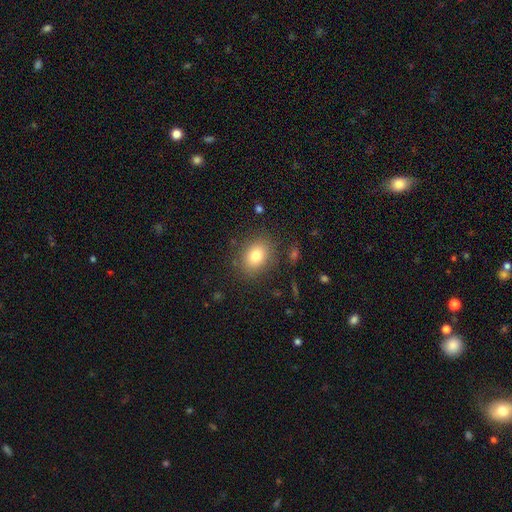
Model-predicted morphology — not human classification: smooth_or_featured: smooth (p=0.80) [alt: star or artifact p=0.10]
how_rounded: in between (p=0.55) [alt: round p=0.44]
merging: none (p=0.83) [alt: minor disturbance p=0.11]